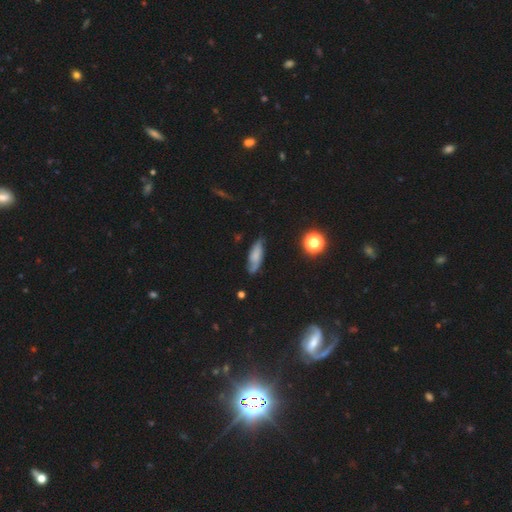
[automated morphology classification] The model was most divided on "smooth or featured": smooth: 53%, featured or disk: 37%, star or artifact: 10%. More confident: merging — none (70%); how rounded — in between (62%).